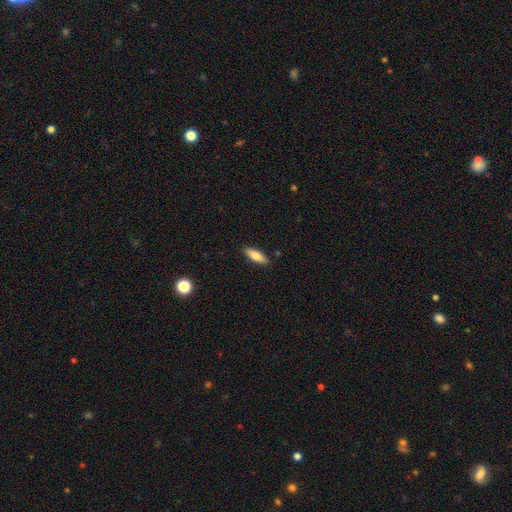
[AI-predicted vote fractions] Smooth or featured? Predicted: smooth (p=0.77). How rounded? Predicted: in between (p=0.57). Merging? Predicted: none (p=0.89).